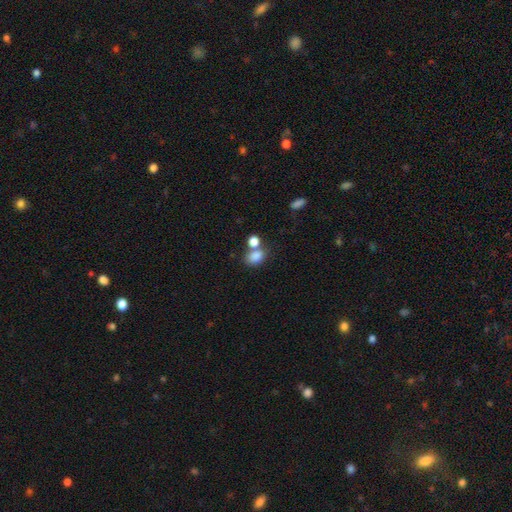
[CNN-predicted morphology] Smooth or featured?
  - smooth: 82% *
  - star or artifact: 11%
  - featured or disk: 7%
How rounded?
  - in between: 67% *
  - round: 32%
  - cigar-shaped: 1%
Merging?
  - none: 47% *
  - merger: 36%
  - minor disturbance: 12%
  - major disturbance: 6%